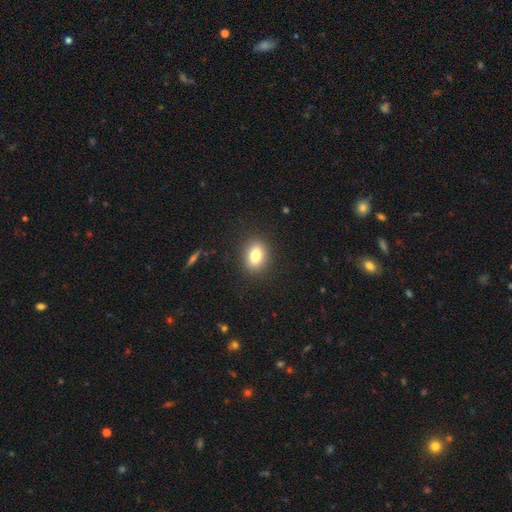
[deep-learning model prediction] Smooth or featured? smooth (80%)
How rounded? in between (67%)
Merging? none (88%)